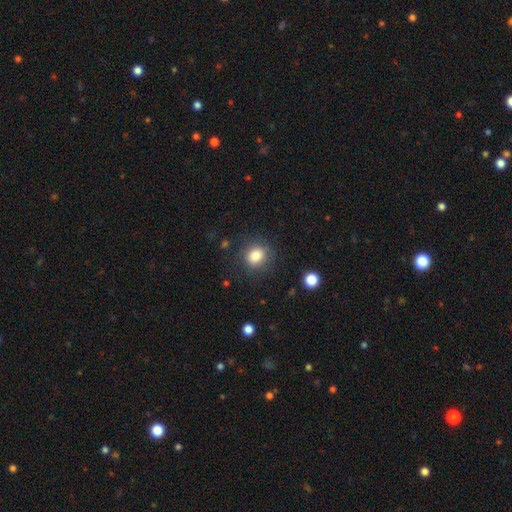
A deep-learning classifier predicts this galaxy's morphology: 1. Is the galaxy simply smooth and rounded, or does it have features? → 83% smooth, 10% star or artifact, 6% featured or disk.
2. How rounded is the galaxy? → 72% round, 27% in between, 1% cigar-shaped.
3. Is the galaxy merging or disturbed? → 82% none, 11% minor disturbance, 5% major disturbance, 2% merger.